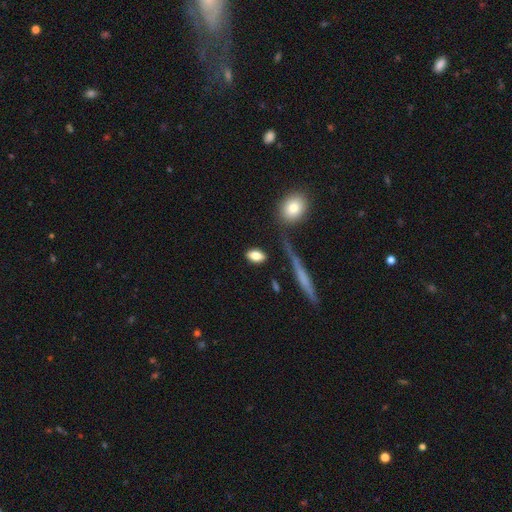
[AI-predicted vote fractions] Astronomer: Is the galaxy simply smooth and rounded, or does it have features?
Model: smooth — 81%.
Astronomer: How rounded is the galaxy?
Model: in between — 86%.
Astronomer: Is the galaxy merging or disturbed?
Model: none — 83%.